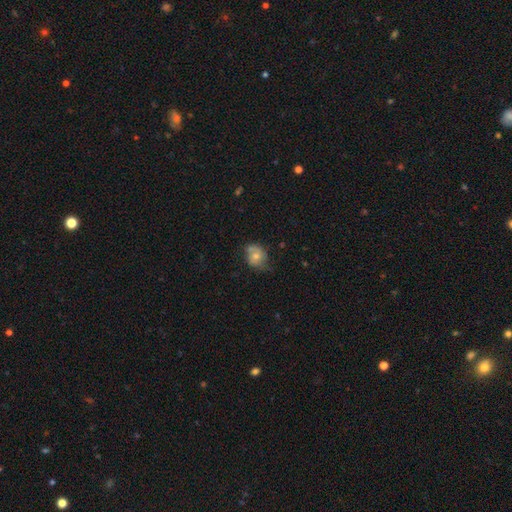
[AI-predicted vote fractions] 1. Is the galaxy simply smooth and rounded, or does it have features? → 52% smooth, 39% featured or disk, 9% star or artifact.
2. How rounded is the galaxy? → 51% round, 48% in between, 1% cigar-shaped.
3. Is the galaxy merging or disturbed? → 52% none, 33% minor disturbance, 11% major disturbance, 3% merger.